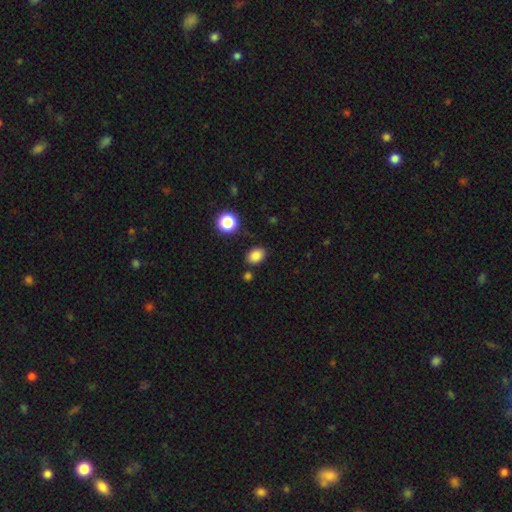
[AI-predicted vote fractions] smooth 84%, star or artifact 11%, featured or disk 5%. Down the decision tree: how rounded — in between (71%); merging — none (83%).